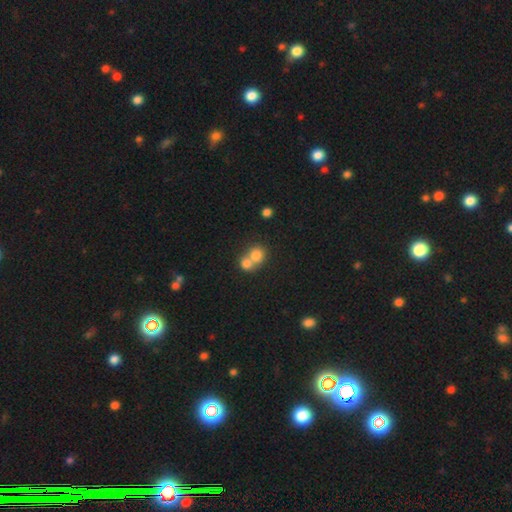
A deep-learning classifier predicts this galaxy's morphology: This appears to be a smooth galaxy with no disk features (77%) that is round (79%). Merging: merger (64%).